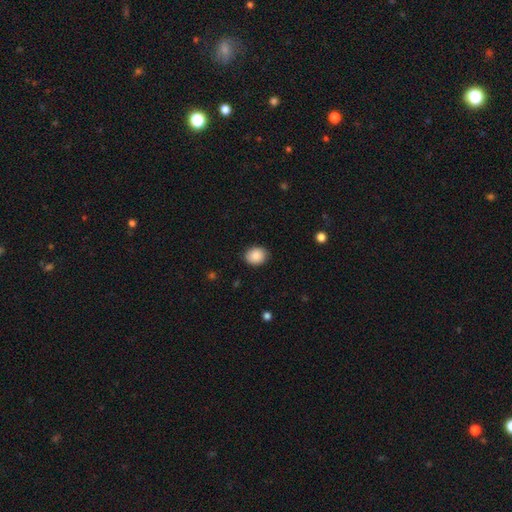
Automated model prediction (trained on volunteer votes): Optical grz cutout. It shows a smooth galaxy with no disk features (88%) that is round (55%). Merging: none (88%).